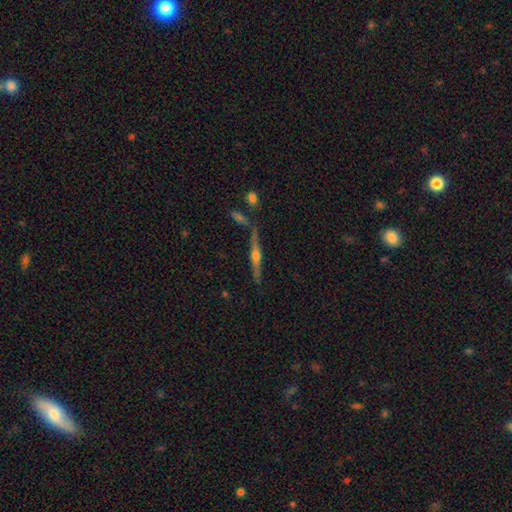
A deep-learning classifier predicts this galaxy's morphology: type=featured or disk (72%); edge-on=yes (97%); edge-on bulge=rounded (89%); merging=none (80%).